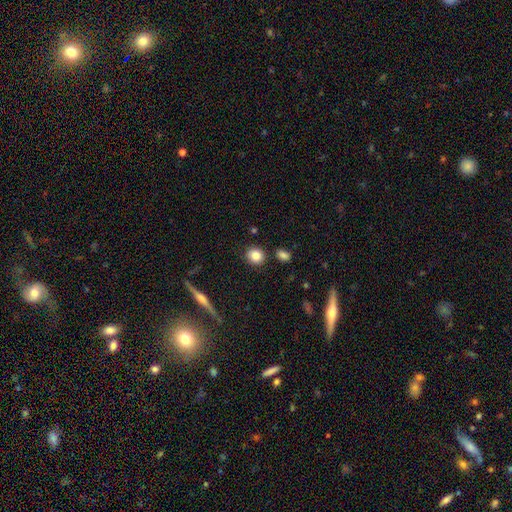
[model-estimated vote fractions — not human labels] Smooth or featured? Predicted: smooth (p=0.84). How rounded? Predicted: round (p=0.78). Merging? Predicted: none (p=0.86).